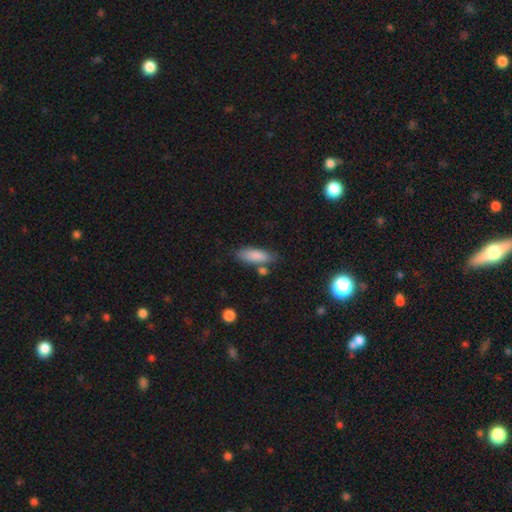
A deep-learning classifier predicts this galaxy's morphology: A smooth galaxy with no disk features (85%) that is in between round and cigar-shaped (62%). Merging: none (68%).